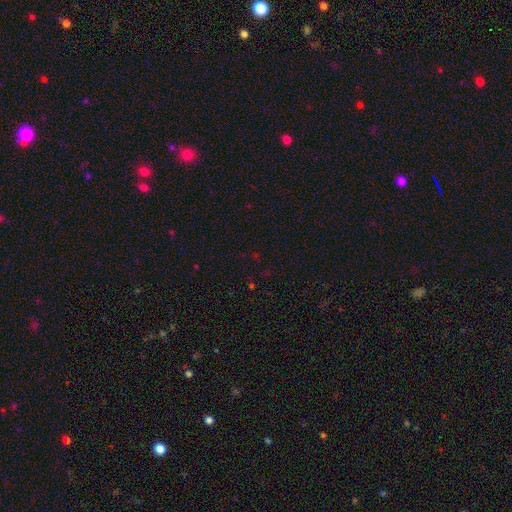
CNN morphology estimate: The model was most divided on "smooth or featured": star or artifact: 68%, smooth: 24%, featured or disk: 8%.